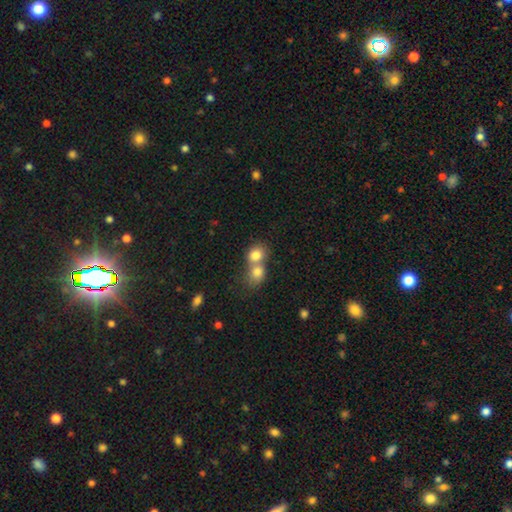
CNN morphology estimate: smooth-or-featured: smooth: 79% | featured or disk: 12% | star or artifact: 9%
  how-rounded: round: 63% | in between: 36% | cigar-shaped: 1%
  merging: merger: 69% | none: 23% | minor disturbance: 5% | major disturbance: 3%